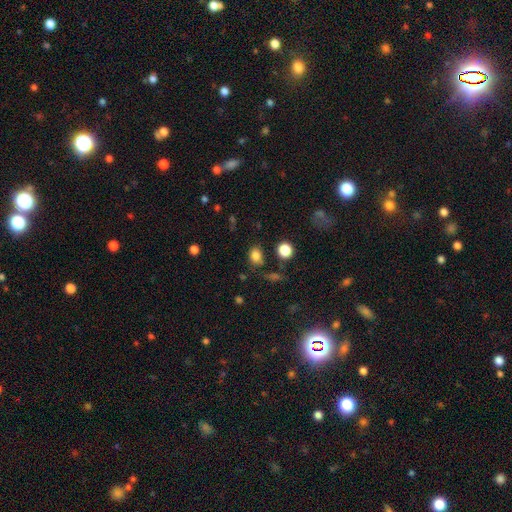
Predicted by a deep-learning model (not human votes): Smooth or featured? Predicted: smooth (p=0.82). How rounded? Predicted: in between (p=0.56). Merging? Predicted: none (p=0.73).